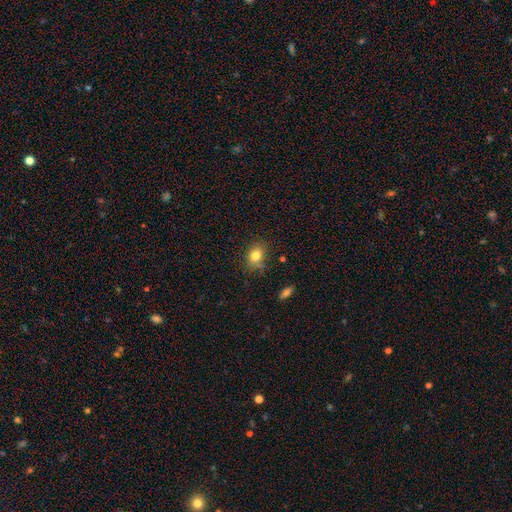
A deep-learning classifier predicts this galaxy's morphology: Smooth or featured? smooth (81%)
How rounded? in between (60%)
Merging? none (75%)